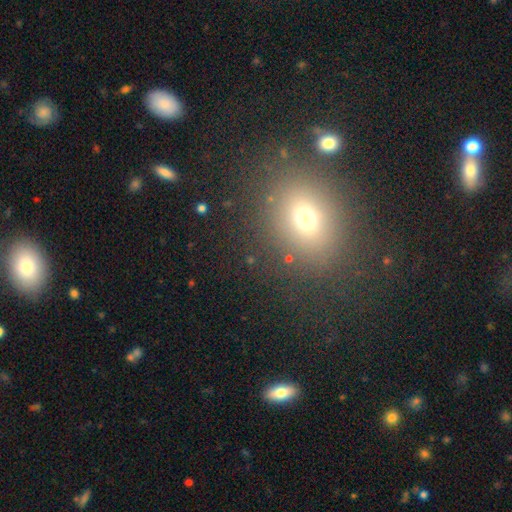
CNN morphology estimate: Smooth or featured: smooth — 65% (star or artifact — 23%)
How rounded: in between — 49% (round — 48%)
Merging: none — 82% (minor disturbance — 9%)